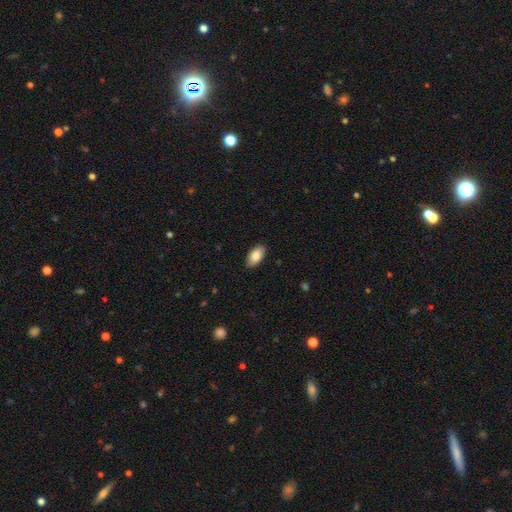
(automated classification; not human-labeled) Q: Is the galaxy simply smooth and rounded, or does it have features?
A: smooth — 84%.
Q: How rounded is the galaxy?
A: in between — 94%.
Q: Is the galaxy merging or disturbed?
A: none — 88%.